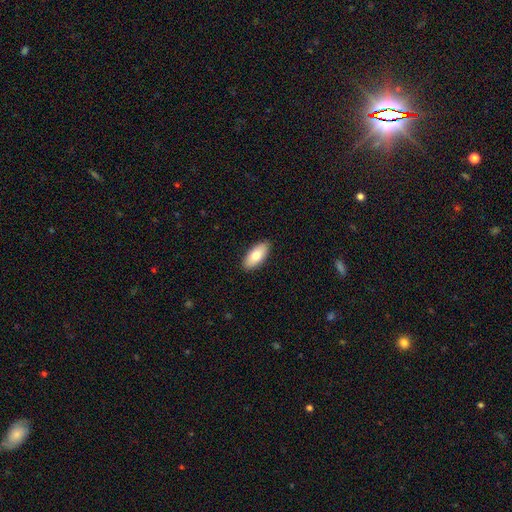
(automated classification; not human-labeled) A smooth galaxy with no disk features (78%) that is in between round and cigar-shaped (90%).

Vote fractions:
- Smooth or featured? smooth: 78% / featured or disk: 16% / star or artifact: 6%
- How rounded? in between: 90% / cigar-shaped: 8% / round: 2%
- Merging? none: 90% / minor disturbance: 8% / major disturbance: 2% / merger: 1%